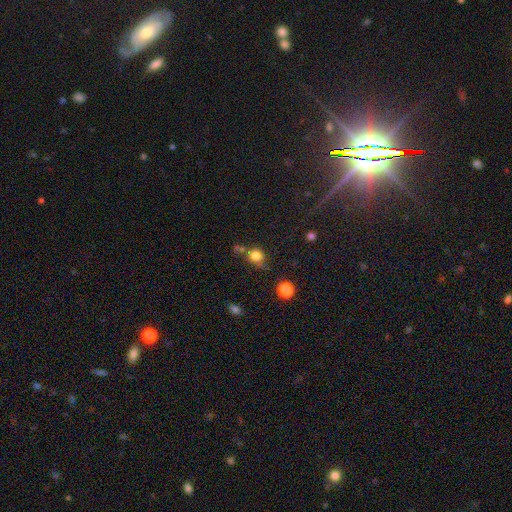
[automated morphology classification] This is likely a smooth galaxy (79%). How rounded: likely round (78%). Merging: possibly none (55%).